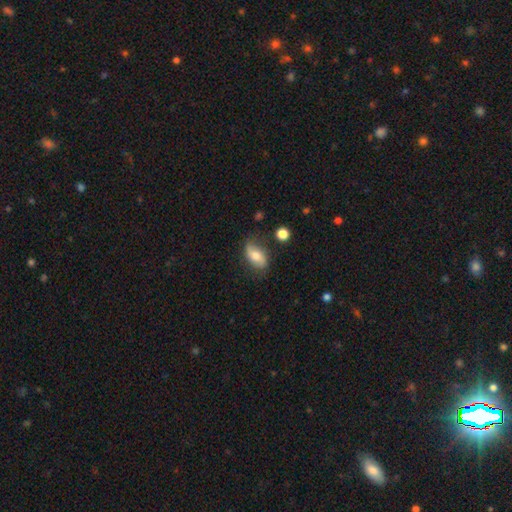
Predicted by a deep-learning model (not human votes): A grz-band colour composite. It shows a smooth galaxy with no disk features (60%) that is in between round and cigar-shaped (89%). Merging: none (68%).